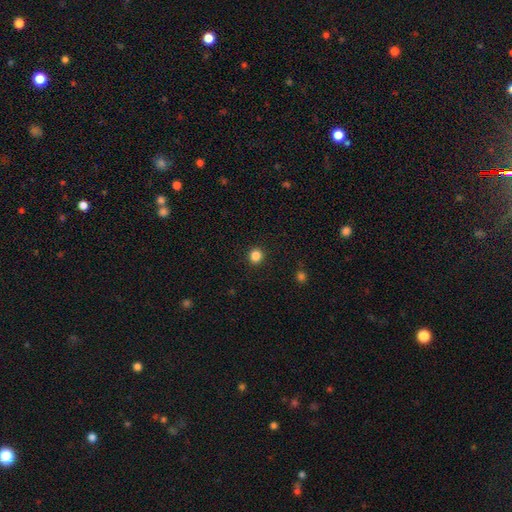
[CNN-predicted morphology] This is clearly a smooth galaxy (85%). How rounded: clearly round (89%). Merging: clearly none (92%).